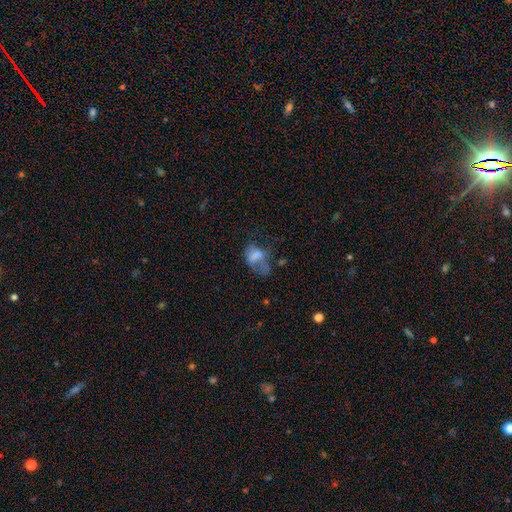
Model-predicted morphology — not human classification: Q: Smooth or featured?
A: smooth (58%); runner-up: featured or disk (29%)
Q: How rounded?
A: in between (78%); runner-up: round (20%)
Q: Merging?
A: major disturbance (48%); runner-up: minor disturbance (21%)